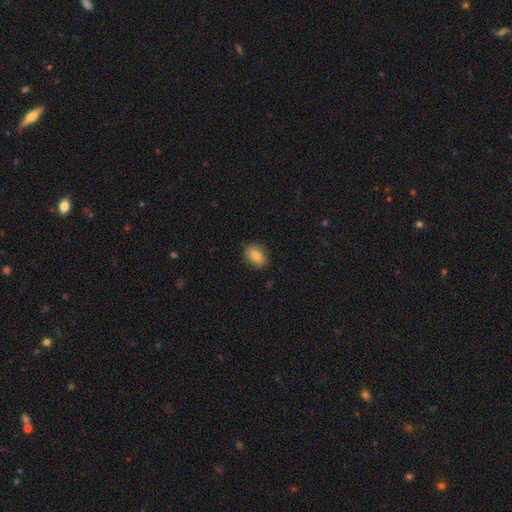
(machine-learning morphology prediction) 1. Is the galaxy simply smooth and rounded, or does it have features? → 83% smooth, 9% star or artifact, 8% featured or disk.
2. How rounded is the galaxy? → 64% in between, 35% round, 1% cigar-shaped.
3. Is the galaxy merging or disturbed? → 86% none, 10% minor disturbance, 2% major disturbance, 1% merger.